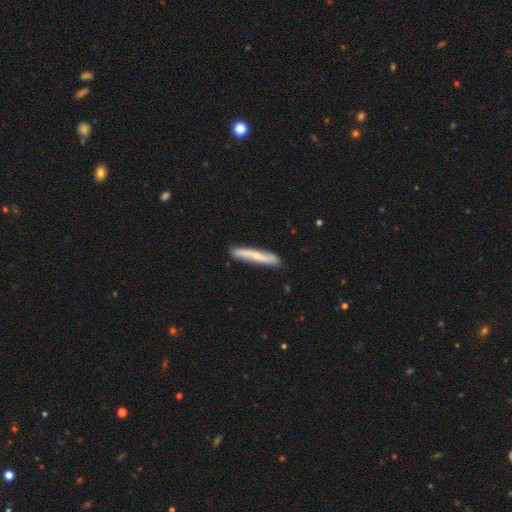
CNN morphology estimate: Smooth or featured?
  - featured or disk: 48% *
  - smooth: 46%
  - star or artifact: 6%
Merging?
  - none: 85% *
  - minor disturbance: 11%
  - major disturbance: 2%
  - merger: 2%